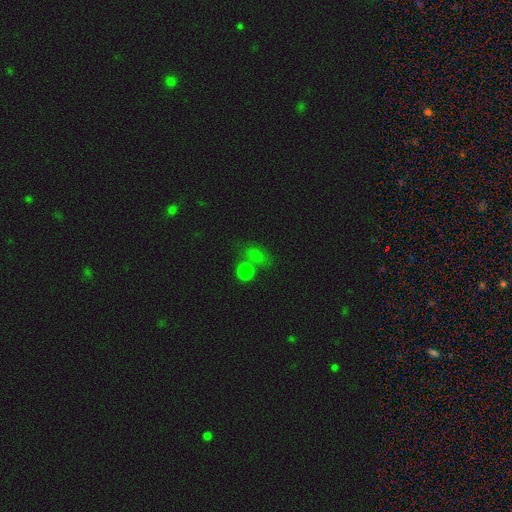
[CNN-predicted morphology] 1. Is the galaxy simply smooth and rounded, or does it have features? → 70% smooth, 22% star or artifact, 8% featured or disk.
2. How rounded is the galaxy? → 48% round, 47% in between, 5% cigar-shaped.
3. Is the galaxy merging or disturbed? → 54% none, 22% merger, 14% minor disturbance, 10% major disturbance.